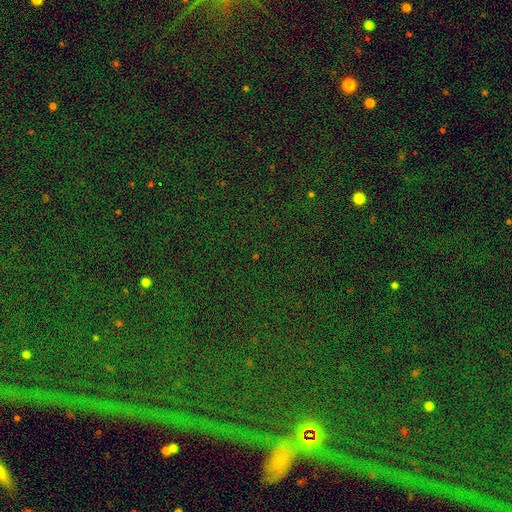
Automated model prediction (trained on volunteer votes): Q: Smooth or featured?
A: star or artifact (84%); runner-up: smooth (9%)